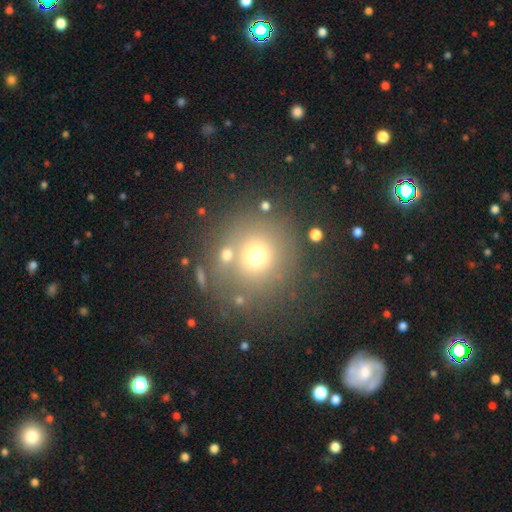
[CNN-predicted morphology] Smooth or featured? Predicted: smooth (p=0.67). How rounded? Predicted: round (p=0.91). Merging? Predicted: none (p=0.73).